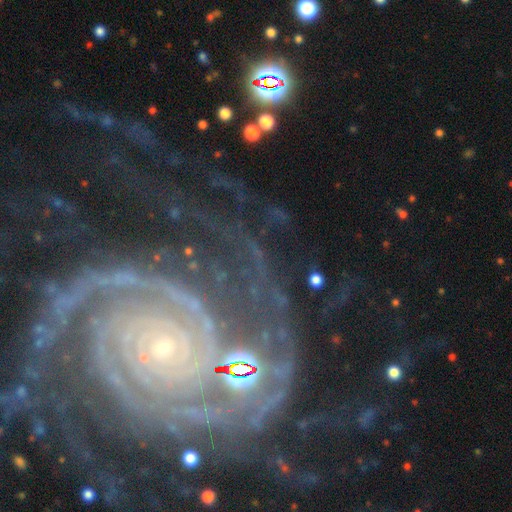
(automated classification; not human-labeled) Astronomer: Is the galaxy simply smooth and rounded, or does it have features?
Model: featured or disk — 91%.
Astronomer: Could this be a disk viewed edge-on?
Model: no — 98%.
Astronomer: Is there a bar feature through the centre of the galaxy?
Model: no — 77%.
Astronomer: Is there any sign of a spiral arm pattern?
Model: yes — 99%.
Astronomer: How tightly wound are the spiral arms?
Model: tight — 79%.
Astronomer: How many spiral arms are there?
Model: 2 — 37% (runner-up: 3, 17%).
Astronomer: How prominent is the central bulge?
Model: small — 86%.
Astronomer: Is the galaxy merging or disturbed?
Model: none — 60%.